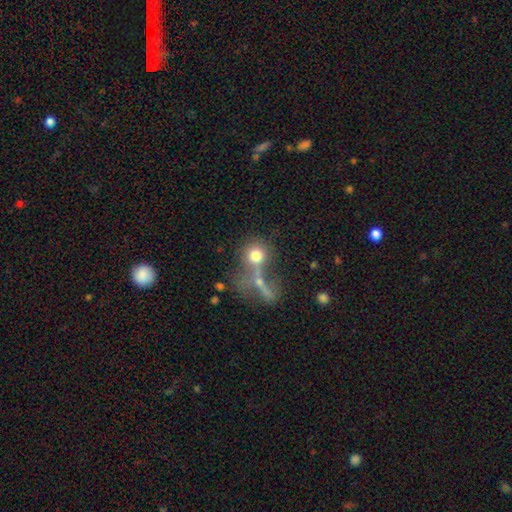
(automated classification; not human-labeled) Smooth or featured? smooth (71%)
How rounded? round (79%)
Merging? merger (43%)